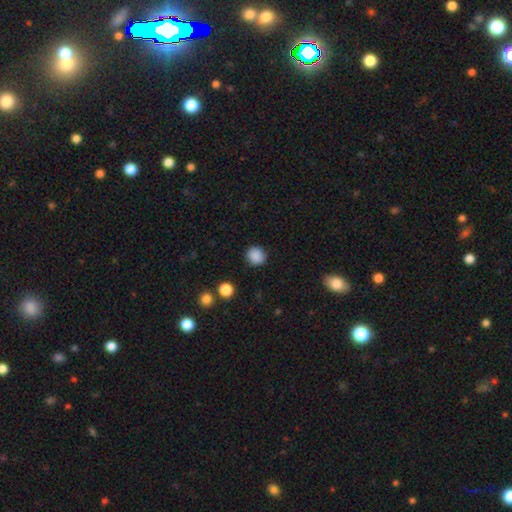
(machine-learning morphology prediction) The model was most divided on "smooth or featured": smooth: 88%, star or artifact: 9%, featured or disk: 3%. More confident: merging — none (90%); how rounded — round (89%).